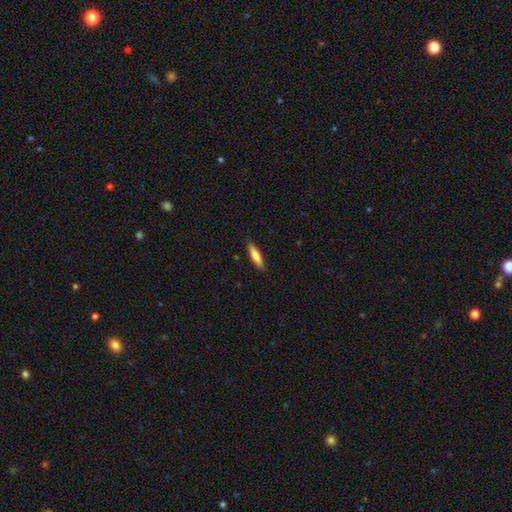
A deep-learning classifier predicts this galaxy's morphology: A smooth galaxy with no disk features (75%) that is cigar-shaped (74%). Merging: none (89%).